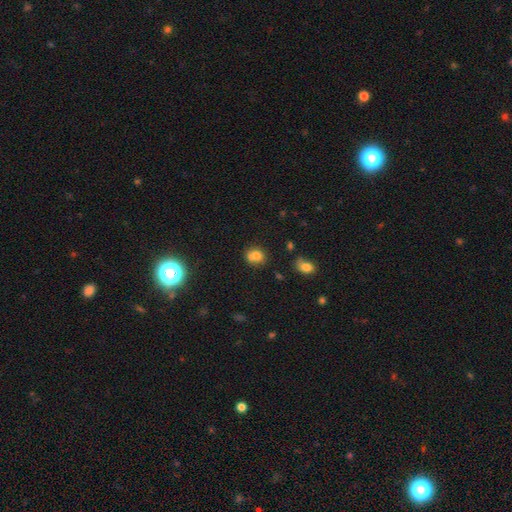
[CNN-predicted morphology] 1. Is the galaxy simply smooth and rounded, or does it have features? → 74% smooth, 13% featured or disk, 13% star or artifact.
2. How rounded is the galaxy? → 66% round, 33% in between, 1% cigar-shaped.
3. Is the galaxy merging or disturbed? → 44% merger, 41% none, 11% minor disturbance, 4% major disturbance.